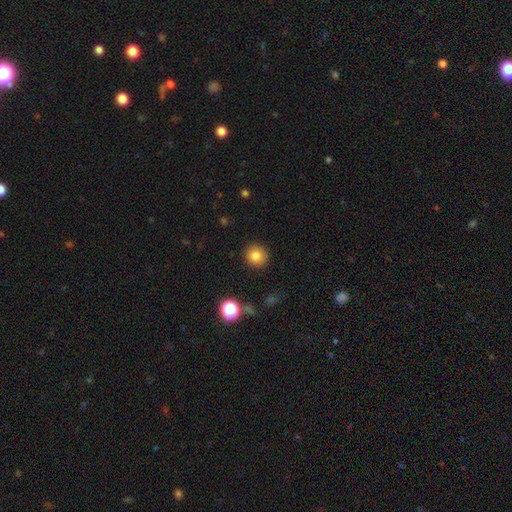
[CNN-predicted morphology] Q: Smooth or featured?
A: smooth (82%); runner-up: star or artifact (12%)
Q: How rounded?
A: round (92%); runner-up: in between (7%)
Q: Merging?
A: none (91%); runner-up: minor disturbance (6%)